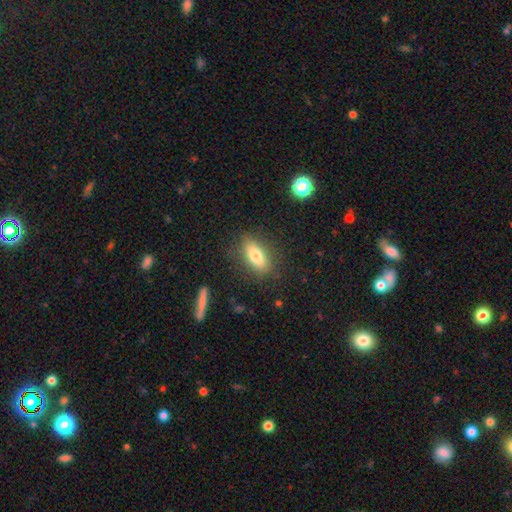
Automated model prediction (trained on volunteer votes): smooth 76%, featured or disk 16%, star or artifact 8%. Down the decision tree: how rounded — in between (76%); merging — none (83%).